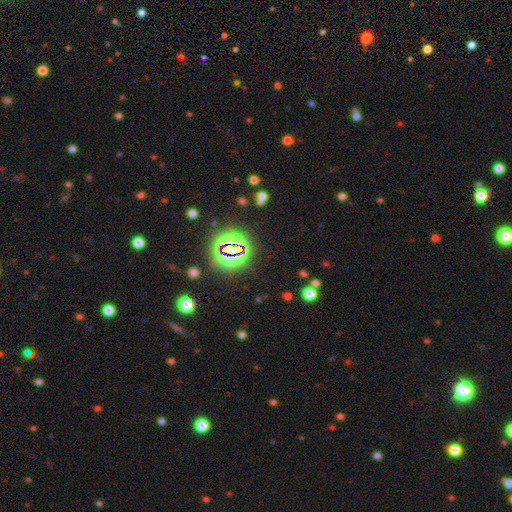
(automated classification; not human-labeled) A star or artifact, not a galaxy (78%).

Vote fractions:
- Smooth or featured? star or artifact: 78% / smooth: 14% / featured or disk: 8%